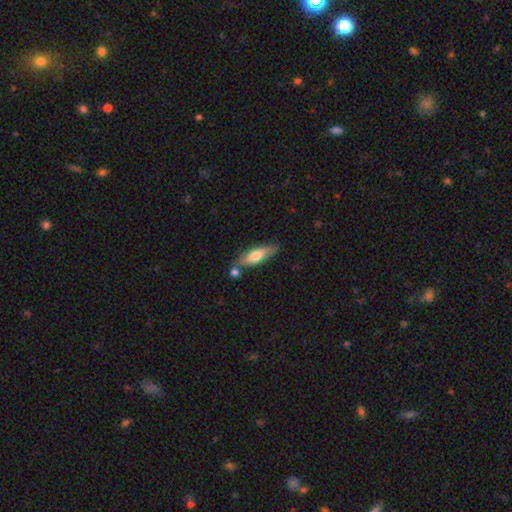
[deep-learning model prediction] Q: Smooth or featured?
A: smooth (60%); runner-up: featured or disk (34%)
Q: How rounded?
A: cigar-shaped (51%); runner-up: in between (47%)
Q: Merging?
A: none (69%); runner-up: minor disturbance (15%)